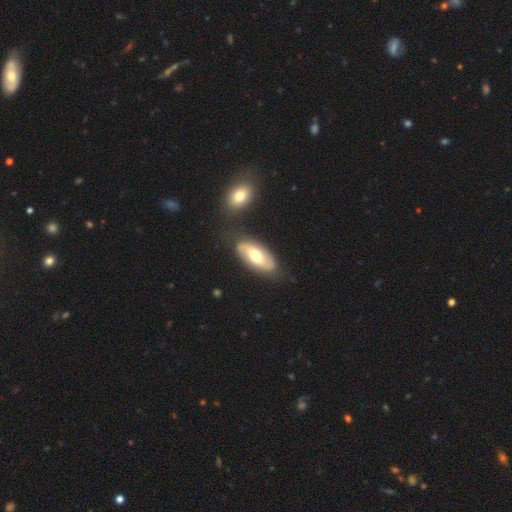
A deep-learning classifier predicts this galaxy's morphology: Q: Smooth or featured?
A: featured or disk (58%); runner-up: smooth (37%)
Q: Edge-on disk?
A: no (90%); runner-up: yes (10%)
Q: Bar?
A: no (53%); runner-up: weak (33%)
Q: Spiral arms?
A: yes (76%); runner-up: no (24%)
Q: Bulge size?
A: moderate (72%); runner-up: large (15%)
Q: Merging?
A: none (74%); runner-up: minor disturbance (15%)